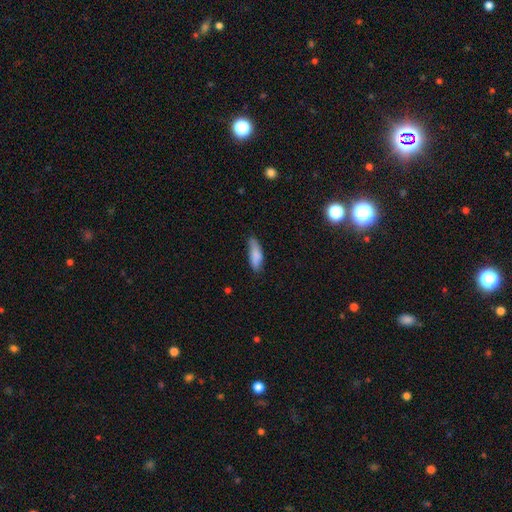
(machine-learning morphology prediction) smooth_or_featured: smooth (p=0.83) [alt: featured or disk p=0.10]
how_rounded: in between (p=0.57) [alt: cigar-shaped p=0.41]
merging: none (p=0.65) [alt: minor disturbance p=0.28]